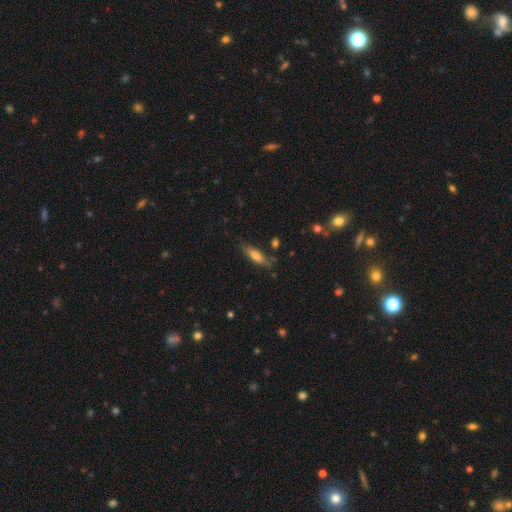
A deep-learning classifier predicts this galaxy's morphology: Smooth or featured: smooth — 66% (featured or disk — 26%)
How rounded: cigar-shaped — 54% (in between — 44%)
Merging: none — 75% (minor disturbance — 18%)